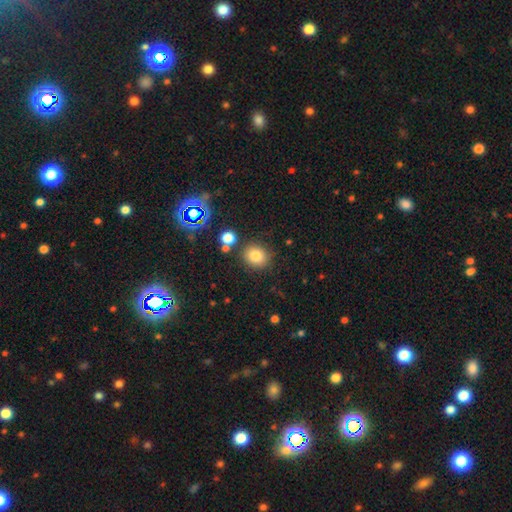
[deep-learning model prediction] Overall: smooth (78%). How rounded: round (73%). Merging: none (82%).